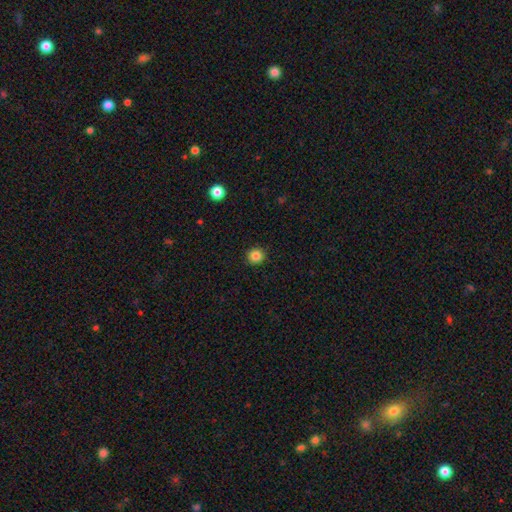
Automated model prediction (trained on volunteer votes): A smooth galaxy with no disk features (85%) that is round (92%). Merging: none (92%).